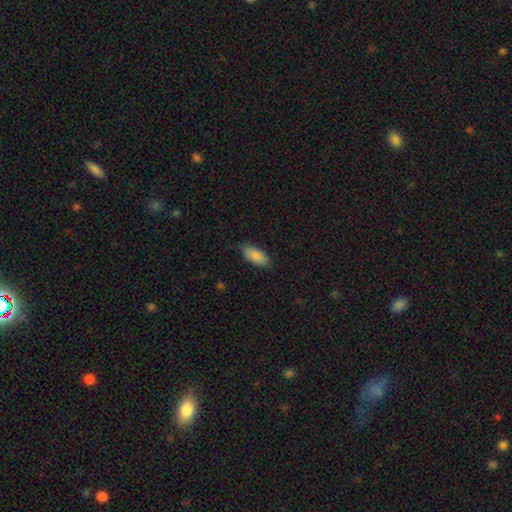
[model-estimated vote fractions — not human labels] Smooth or featured? Predicted: smooth (p=0.86). How rounded? Predicted: in between (p=0.88). Merging? Predicted: none (p=0.81).